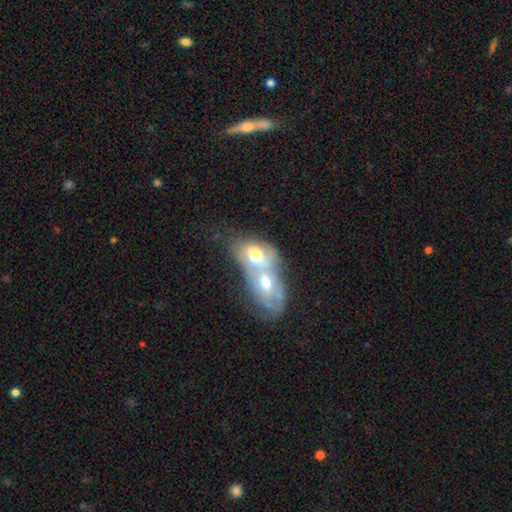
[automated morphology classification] Overall: featured or disk (50%; smooth 43%). Edge-on disk: no (91%). Merging: merger (81%).